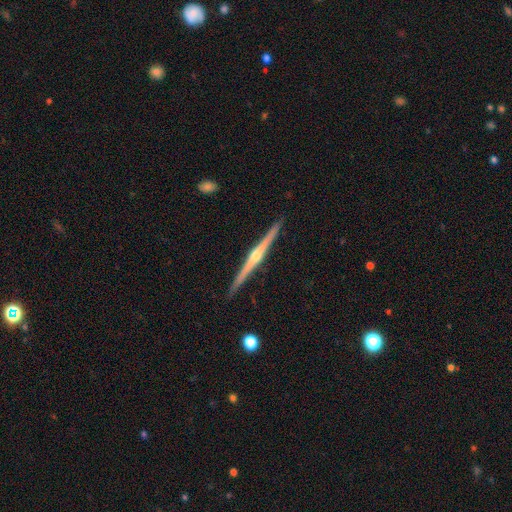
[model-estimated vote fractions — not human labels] featured or disk 84%, smooth 11%, star or artifact 5%. Down the decision tree: edge-on disk — yes (99%); edge-on bulge — rounded (87%); merging — none (92%).